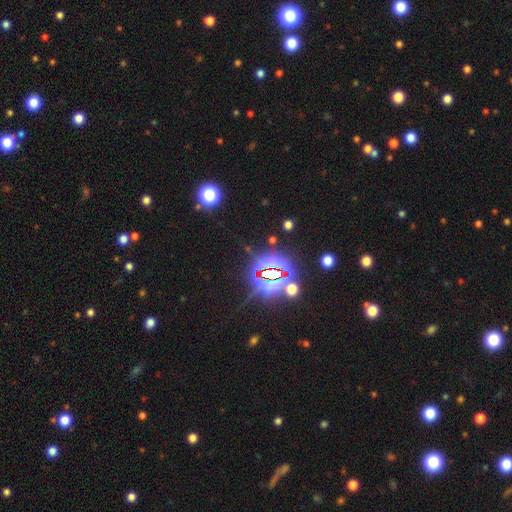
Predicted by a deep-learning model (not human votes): The model was most divided on "smooth or featured": star or artifact: 83%, smooth: 10%, featured or disk: 7%.